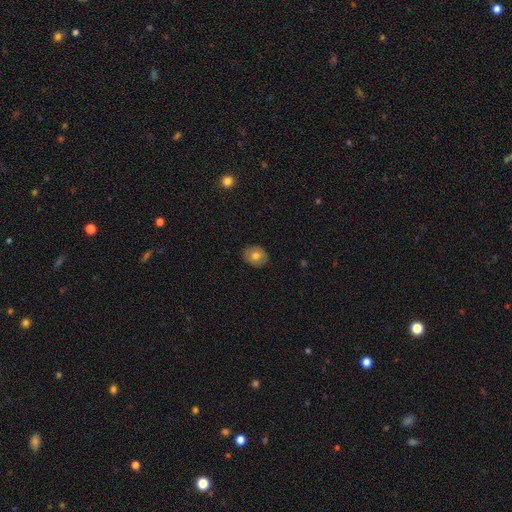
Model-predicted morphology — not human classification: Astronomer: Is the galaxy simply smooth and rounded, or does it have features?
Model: smooth — 75%.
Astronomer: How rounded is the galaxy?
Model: round — 62%.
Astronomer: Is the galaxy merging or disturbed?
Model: none — 88%.